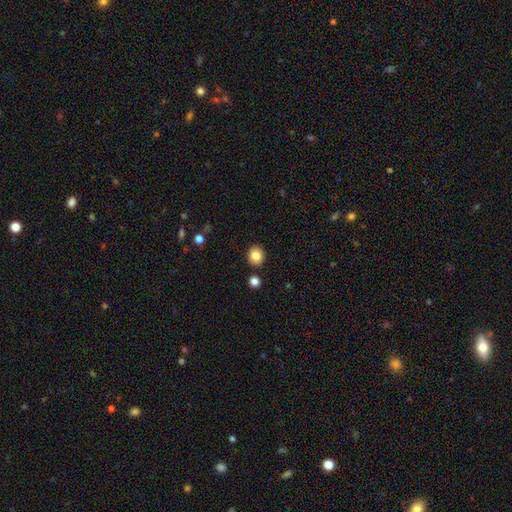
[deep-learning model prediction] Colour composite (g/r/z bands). It shows a smooth galaxy with no disk features (83%) that is round (77%). Merging: none (89%).